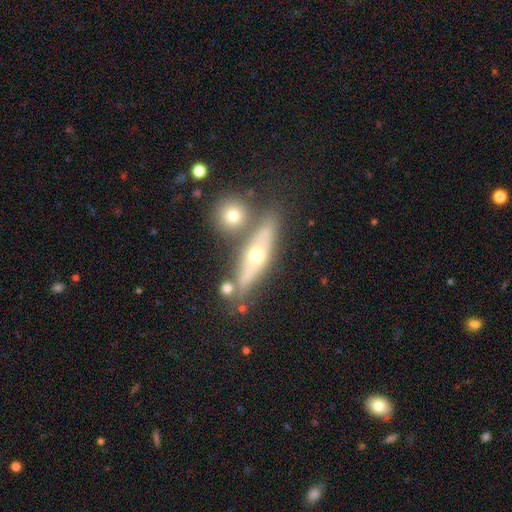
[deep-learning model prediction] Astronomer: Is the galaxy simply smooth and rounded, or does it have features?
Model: featured or disk — 59%.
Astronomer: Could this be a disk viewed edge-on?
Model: yes — 77%.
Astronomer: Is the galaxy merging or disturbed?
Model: none — 66%.